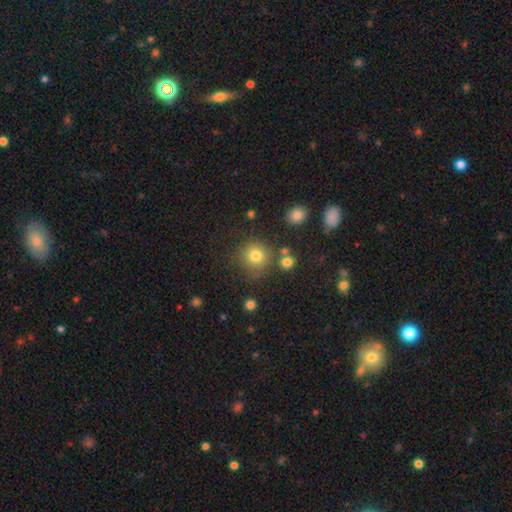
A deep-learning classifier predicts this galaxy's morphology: Smooth or featured?
  - smooth: 78% *
  - star or artifact: 15%
  - featured or disk: 7%
How rounded?
  - round: 92% *
  - in between: 7%
  - cigar-shaped: 1%
Merging?
  - none: 77% *
  - minor disturbance: 11%
  - merger: 8%
  - major disturbance: 5%